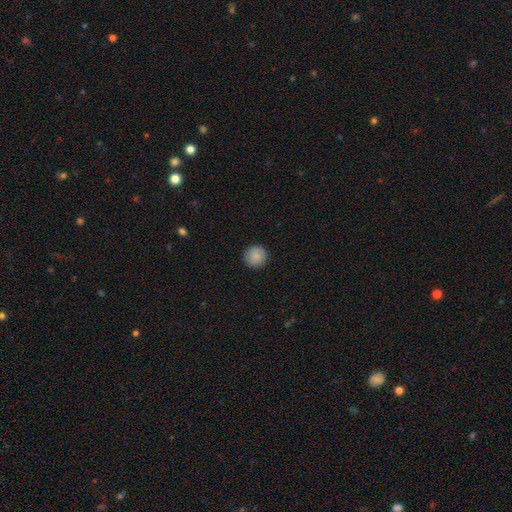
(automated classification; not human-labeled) This is clearly a smooth galaxy (88%). How rounded: clearly round (96%). Merging: clearly none (92%).